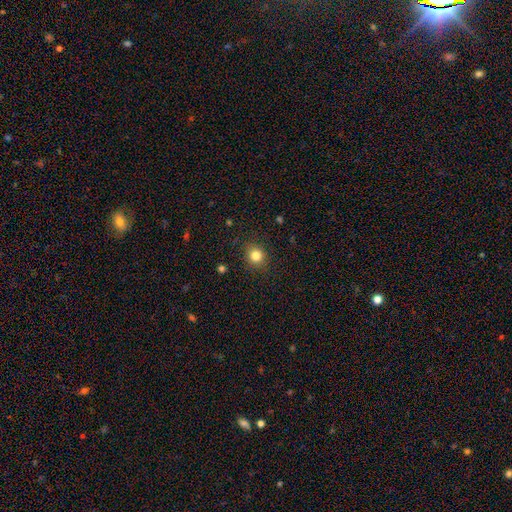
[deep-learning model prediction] Smooth or featured?
  - smooth: 82% *
  - star or artifact: 12%
  - featured or disk: 6%
How rounded?
  - round: 80% *
  - in between: 19%
  - cigar-shaped: 1%
Merging?
  - none: 88% *
  - minor disturbance: 8%
  - major disturbance: 2%
  - merger: 1%